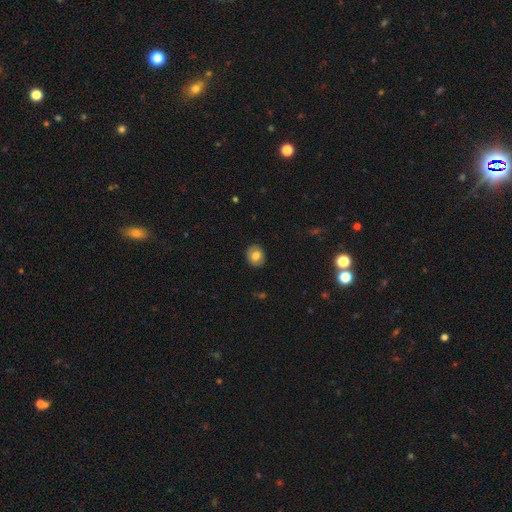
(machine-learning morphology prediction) Smooth or featured? Predicted: smooth (p=0.77). How rounded? Predicted: round (p=0.75). Merging? Predicted: none (p=0.89).